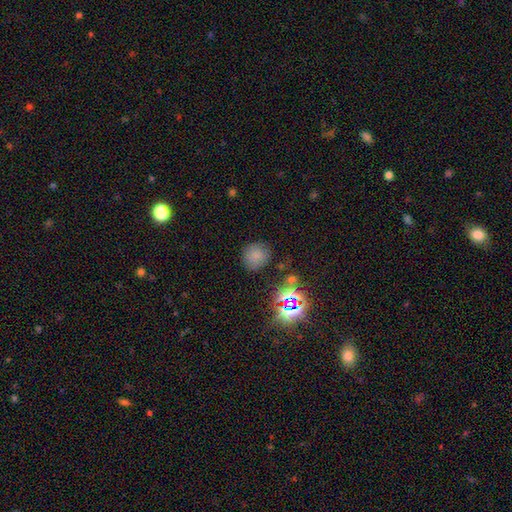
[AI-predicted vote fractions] Q: Smooth or featured?
A: smooth (73%); runner-up: star or artifact (20%)
Q: How rounded?
A: round (87%); runner-up: in between (12%)
Q: Merging?
A: none (81%); runner-up: minor disturbance (11%)